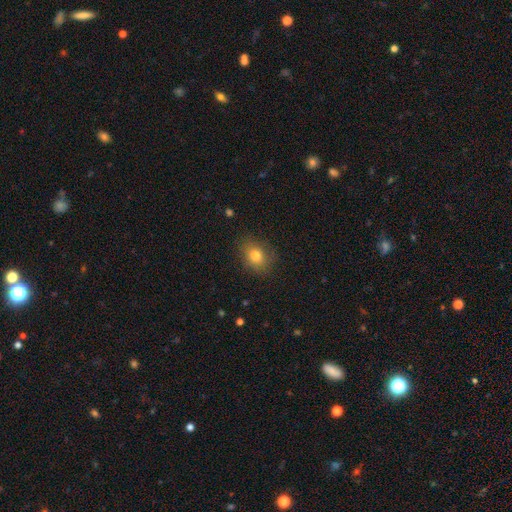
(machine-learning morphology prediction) smooth 79%, star or artifact 11%, featured or disk 10%. Down the decision tree: how rounded — round (51%); merging — none (82%).